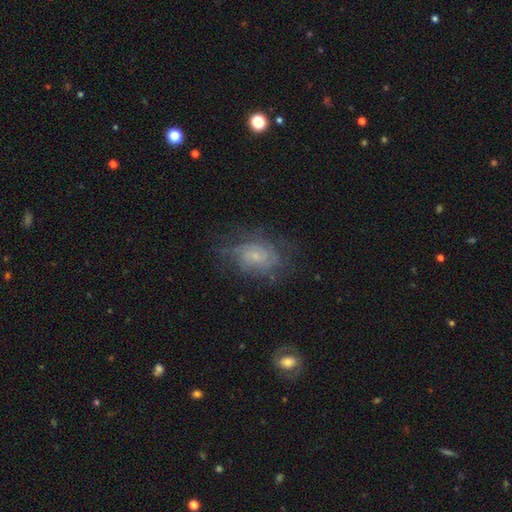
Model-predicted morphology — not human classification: smooth-or-featured: featured or disk: 64% | smooth: 25% | star or artifact: 11%
  disk-edge-on: no: 97% | yes: 3%
    bar: no: 71% | weak: 26% | strong: 4%
    has-spiral-arms: yes: 82% | no: 18%
      spiral-winding: tight: 51% | medium: 35% | loose: 14%
      spiral-arm-count: can't tell: 52% | 2: 22% | 3: 11% | 4: 6% | 1: 5% | more than 4: 4%
    bulge-size: small: 67% | moderate: 20% | none: 10% | large: 2% | dominant: 1%
  merging: none: 62% | minor disturbance: 22% | major disturbance: 14% | merger: 2%